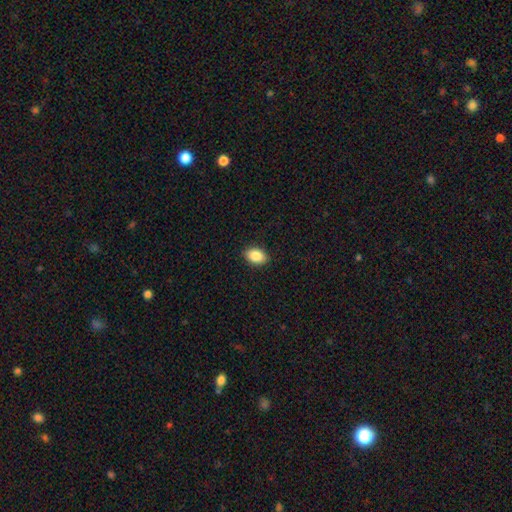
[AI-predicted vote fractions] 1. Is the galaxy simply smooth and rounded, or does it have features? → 87% smooth, 8% star or artifact, 5% featured or disk.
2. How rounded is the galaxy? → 86% in between, 13% round, 1% cigar-shaped.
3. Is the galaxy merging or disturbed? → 90% none, 8% minor disturbance, 2% major disturbance, 1% merger.